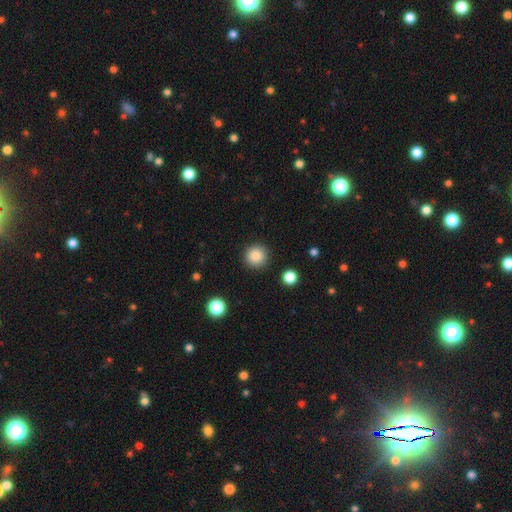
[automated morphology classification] smooth_or_featured: smooth (p=0.86) [alt: star or artifact p=0.10]
how_rounded: round (p=0.95) [alt: in between p=0.04]
merging: none (p=0.91) [alt: minor disturbance p=0.05]